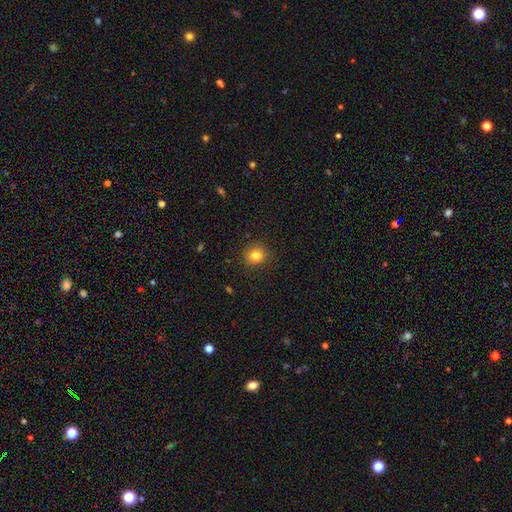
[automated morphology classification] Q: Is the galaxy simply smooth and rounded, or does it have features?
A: smooth — 82%.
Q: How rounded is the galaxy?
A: round — 86%.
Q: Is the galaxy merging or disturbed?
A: none — 90%.